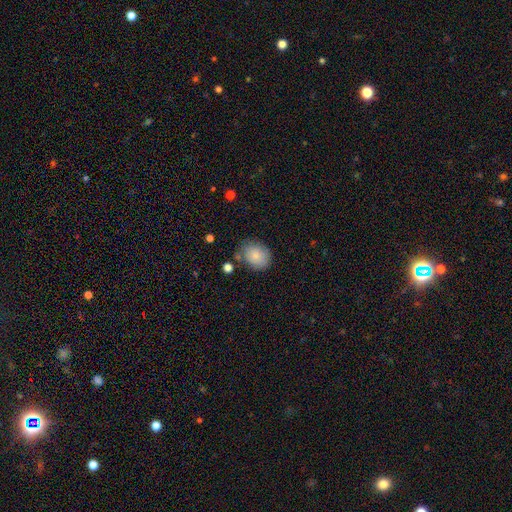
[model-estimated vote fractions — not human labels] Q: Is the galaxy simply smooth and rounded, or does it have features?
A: smooth — 85%.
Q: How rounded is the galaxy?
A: in between — 52%.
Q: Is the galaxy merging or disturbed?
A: none — 72%.